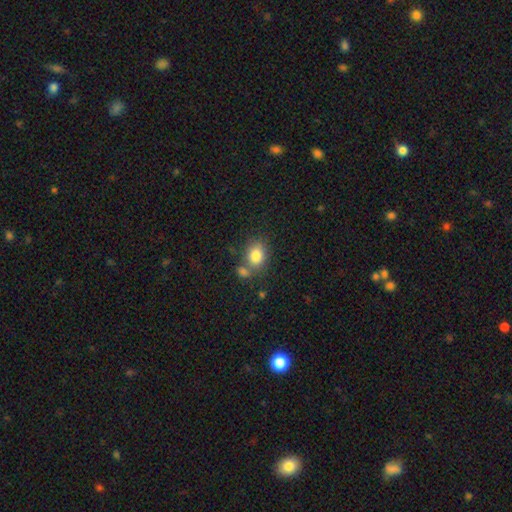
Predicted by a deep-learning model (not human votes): smooth 82%, star or artifact 9%, featured or disk 9%. Down the decision tree: how rounded — in between (52%); merging — none (56%).